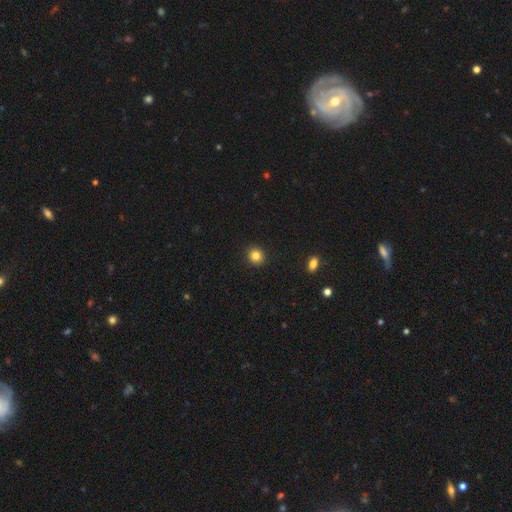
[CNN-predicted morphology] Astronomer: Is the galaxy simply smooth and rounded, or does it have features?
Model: smooth — 83%.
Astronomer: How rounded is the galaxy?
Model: round — 90%.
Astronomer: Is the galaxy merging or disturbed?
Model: none — 93%.